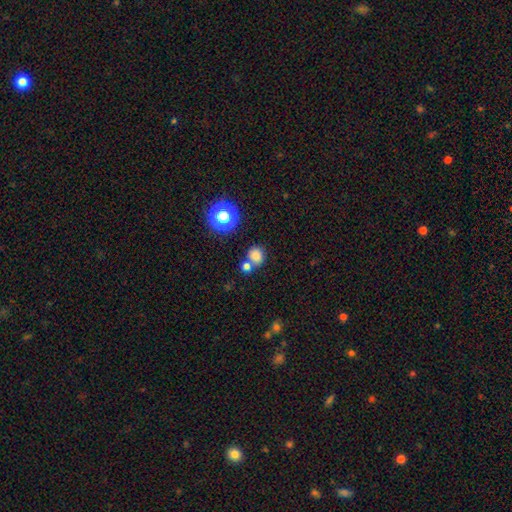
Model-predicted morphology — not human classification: Smooth or featured? Predicted: smooth (p=0.78). How rounded? Predicted: round (p=0.80). Merging? Predicted: none (p=0.58).